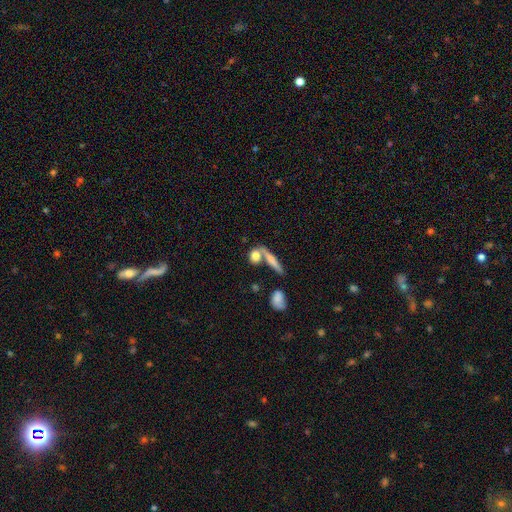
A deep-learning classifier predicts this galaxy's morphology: This appears to be a smooth galaxy with no disk features (74%) that is round (47%). Merging: none (52%).